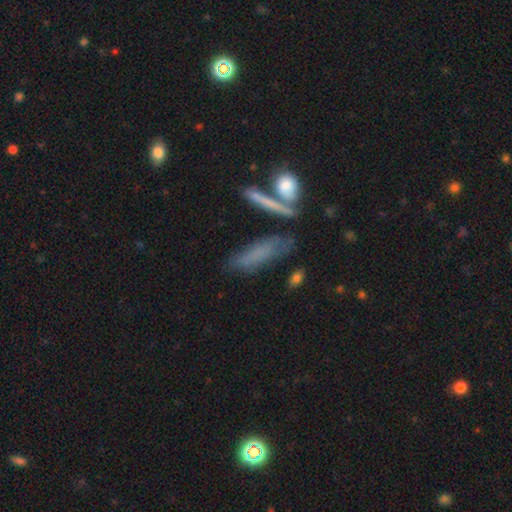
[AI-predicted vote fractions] A smooth galaxy with no disk features (61%) that is cigar-shaped (67%). Merging: none (63%).